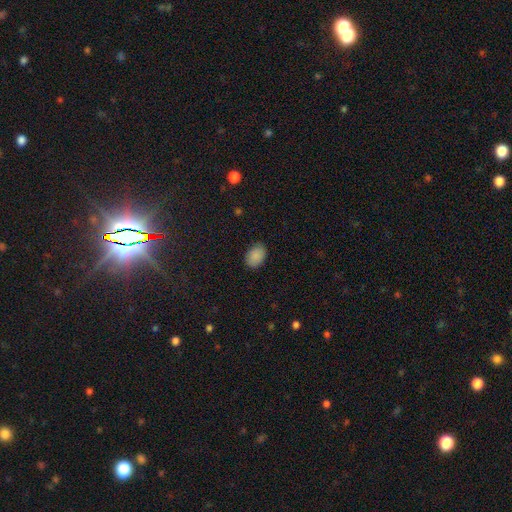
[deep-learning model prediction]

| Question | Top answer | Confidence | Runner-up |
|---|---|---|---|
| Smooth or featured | smooth | 88% | star or artifact (8%) |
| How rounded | in between | 81% | round (18%) |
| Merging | none | 83% | minor disturbance (14%) |